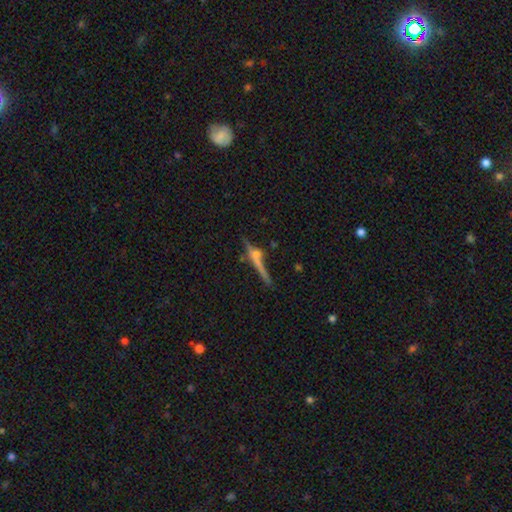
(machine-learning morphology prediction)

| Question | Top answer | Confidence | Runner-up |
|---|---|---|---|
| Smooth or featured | featured or disk | 56% | smooth (32%) |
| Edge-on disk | yes | 91% | no (9%) |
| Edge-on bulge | rounded | 60% | none (30%) |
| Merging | none | 65% | minor disturbance (15%) |